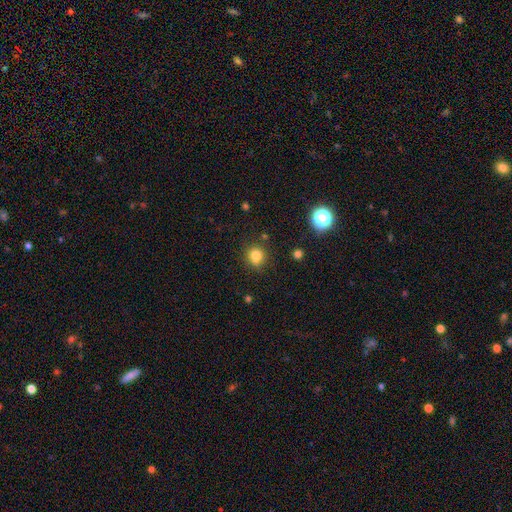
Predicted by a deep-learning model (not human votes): This appears to be a smooth galaxy with no disk features (80%) that is round (79%). Merging: none (77%).